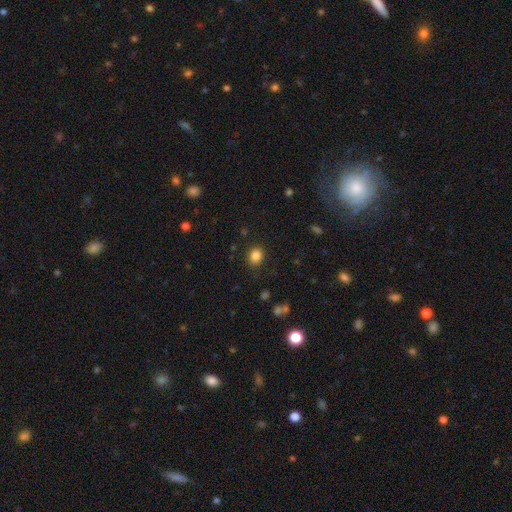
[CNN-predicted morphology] Overall: smooth (84%). How rounded: round (67%; in between 33%). Merging: none (86%).